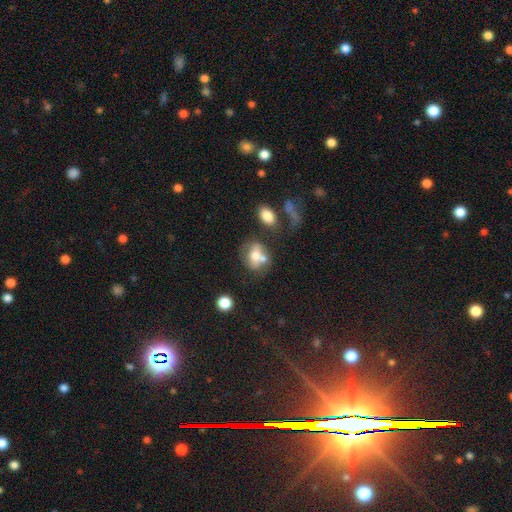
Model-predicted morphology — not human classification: This appears to be a smooth galaxy with no disk features (59%) that is in between round and cigar-shaped (58%). Merging: none (41%).